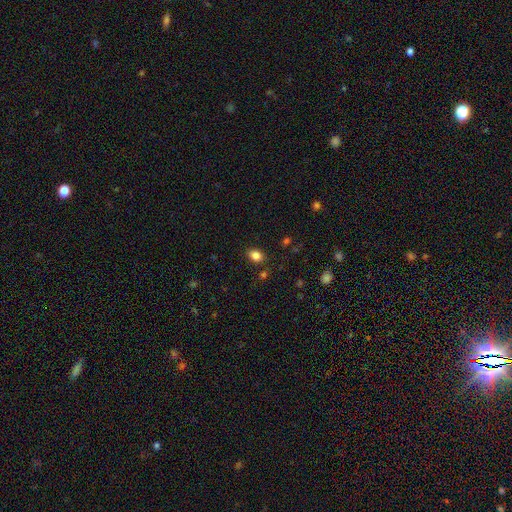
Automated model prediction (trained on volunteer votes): Overall: smooth (84%). How rounded: in between (70%). Merging: none (84%).